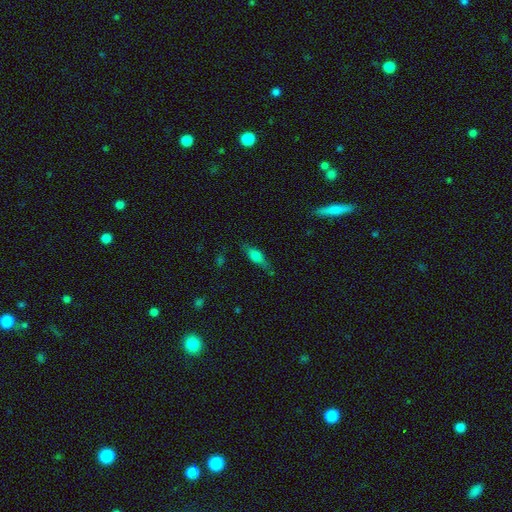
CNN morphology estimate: smooth_or_featured: smooth (p=0.60) [alt: featured or disk p=0.32]
how_rounded: in between (p=0.52) [alt: cigar-shaped p=0.44]
merging: none (p=0.75) [alt: minor disturbance p=0.17]